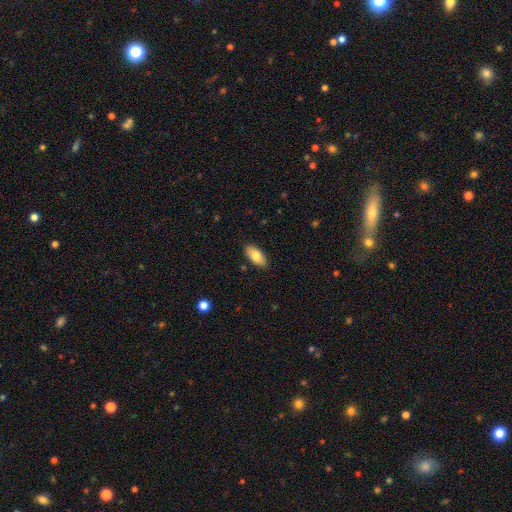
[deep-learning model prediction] The model was most divided on "smooth or featured": smooth: 82%, featured or disk: 12%, star or artifact: 7%. More confident: how rounded — in between (91%); merging — none (87%).